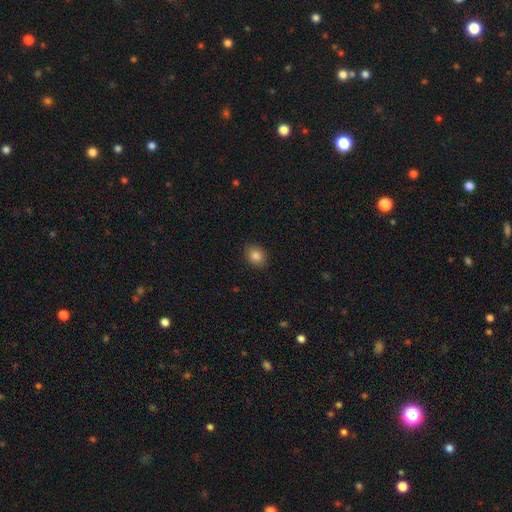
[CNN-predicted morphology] Smooth or featured? smooth (84%)
How rounded? in between (57%)
Merging? none (87%)